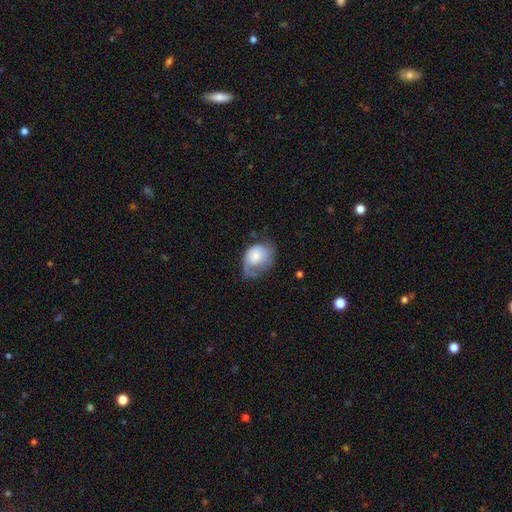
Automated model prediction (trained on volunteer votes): Overall: smooth (61%; featured or disk 32%). How rounded: in between (69%; round 30%). Merging: minor disturbance (35%; major disturbance 32%).